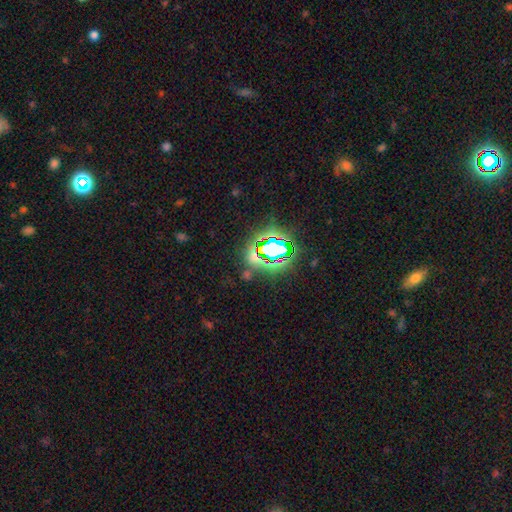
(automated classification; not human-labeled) Smooth or featured: star or artifact — 69% (smooth — 20%)